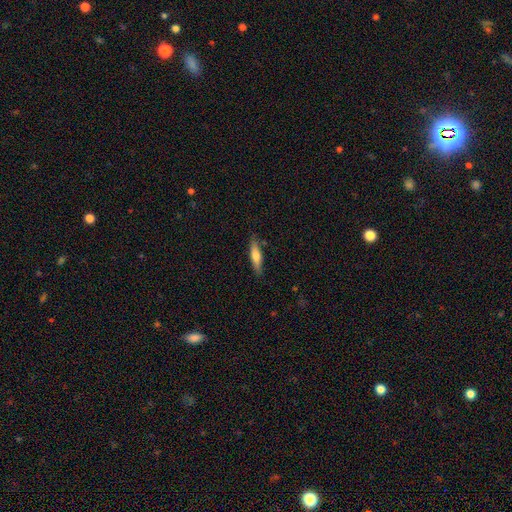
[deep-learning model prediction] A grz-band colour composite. It shows a smooth galaxy with no disk features (63%) that is cigar-shaped (74%). Merging: none (84%).